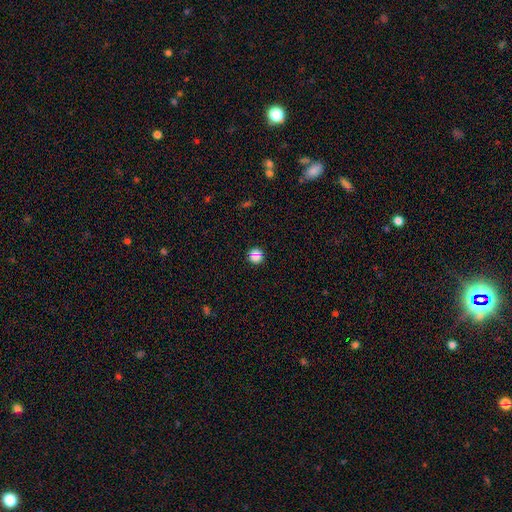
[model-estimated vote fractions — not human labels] Smooth or featured? smooth (84%)
How rounded? round (94%)
Merging? none (85%)